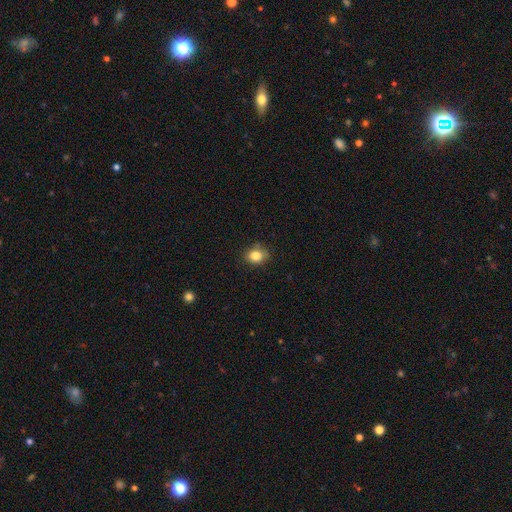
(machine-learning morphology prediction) A smooth galaxy with no disk features (83%) that is round (53%). Merging: none (76%).